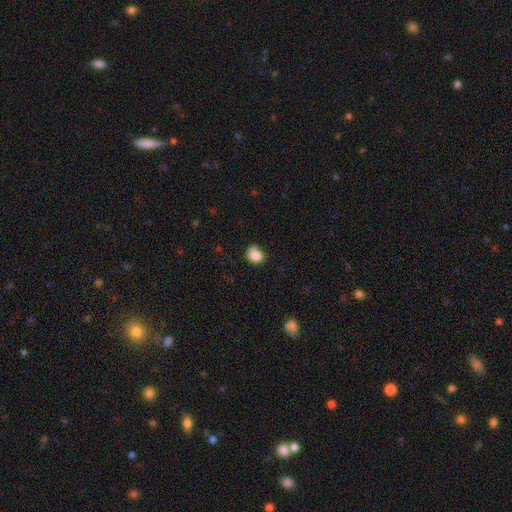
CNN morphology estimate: type=smooth (85%); roundness=round (57%); merging=none (58%).